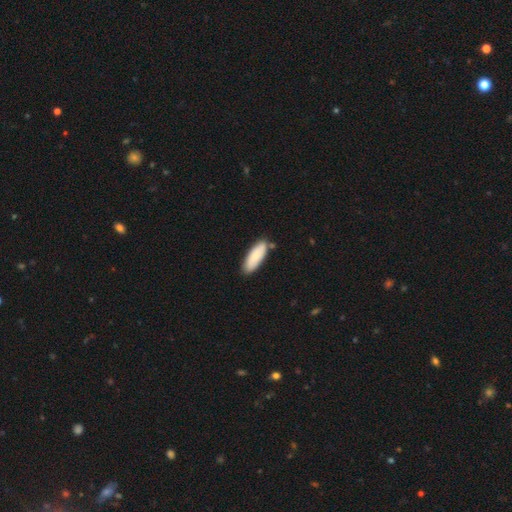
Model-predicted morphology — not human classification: Smooth or featured? smooth (82%)
How rounded? in between (63%)
Merging? none (80%)